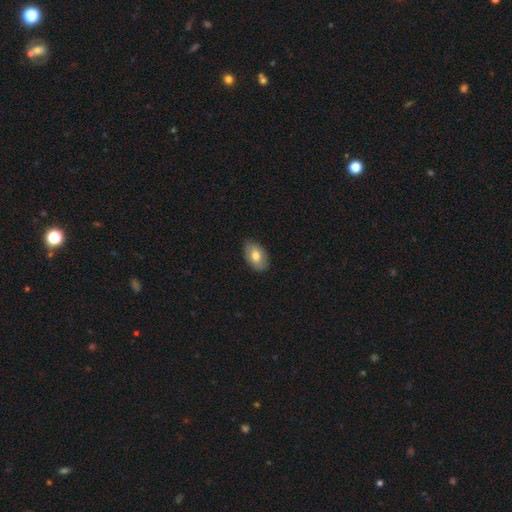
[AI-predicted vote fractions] Morphology: type=smooth (70%); roundness=in between (91%); merging=none (83%).